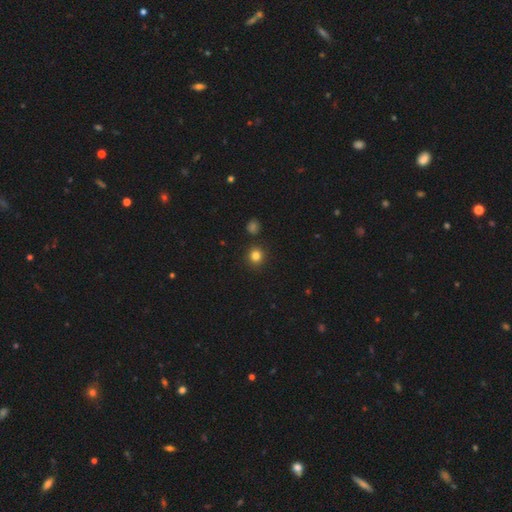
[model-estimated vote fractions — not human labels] Q: Smooth or featured?
A: smooth (82%); runner-up: star or artifact (13%)
Q: How rounded?
A: round (91%); runner-up: in between (8%)
Q: Merging?
A: none (90%); runner-up: minor disturbance (6%)